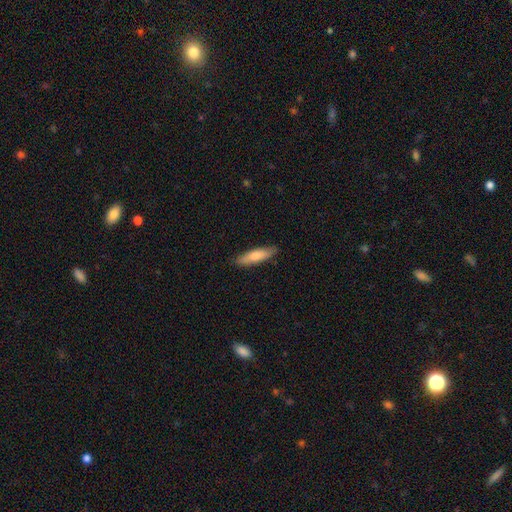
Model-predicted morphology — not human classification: A smooth galaxy with no disk features (75%) that is cigar-shaped (69%).

Vote fractions:
- Smooth or featured? smooth: 75% / featured or disk: 20% / star or artifact: 5%
- How rounded? cigar-shaped: 69% / in between: 30% / round: 2%
- Merging? none: 87% / minor disturbance: 11% / major disturbance: 2% / merger: 1%